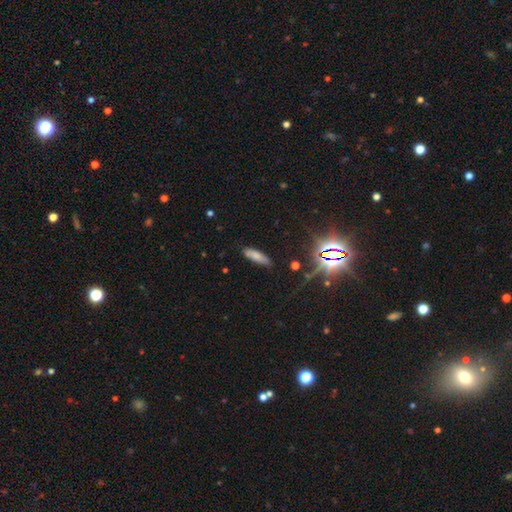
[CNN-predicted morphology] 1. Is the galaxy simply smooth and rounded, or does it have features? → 75% smooth, 13% star or artifact, 12% featured or disk.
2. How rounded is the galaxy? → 59% cigar-shaped, 39% in between, 2% round.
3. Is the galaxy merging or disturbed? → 82% none, 13% minor disturbance, 3% major disturbance, 2% merger.